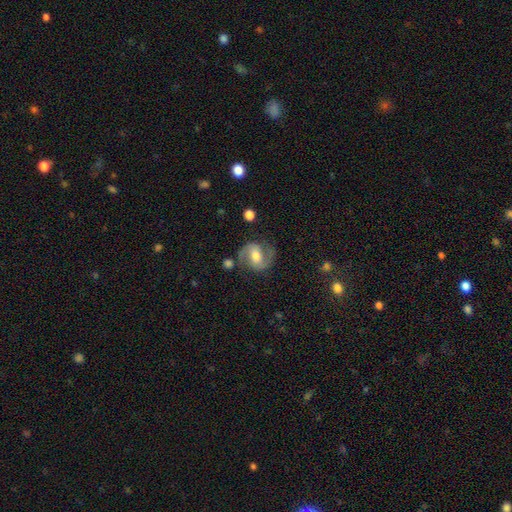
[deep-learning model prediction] Morphology: type=featured or disk (81%); edge-on=no (98%); bar=weak (45%); spiral arms=yes (95%); winding=medium (58%); arm count=2 (93%); bulge=moderate (66%); merging=none (76%).